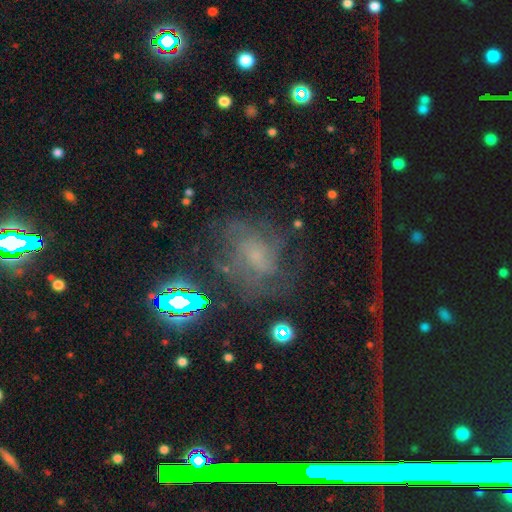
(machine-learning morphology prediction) Q: Smooth or featured?
A: featured or disk (59%); runner-up: star or artifact (22%)
Q: Edge-on disk?
A: no (96%); runner-up: yes (4%)
Q: Bar?
A: no (59%); runner-up: weak (33%)
Q: Spiral arms?
A: yes (80%); runner-up: no (20%)
Q: Bulge size?
A: small (50%); runner-up: moderate (23%)
Q: Merging?
A: none (51%); runner-up: major disturbance (27%)